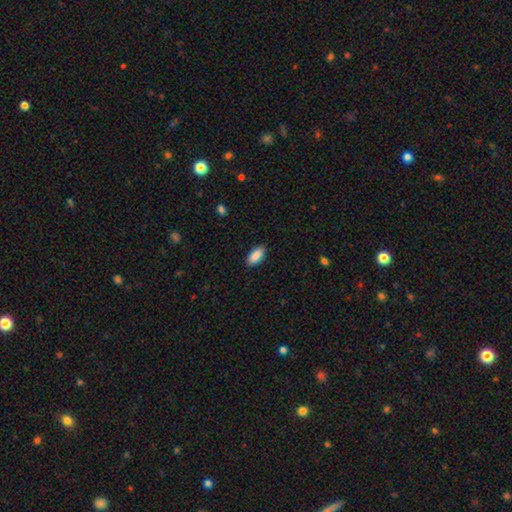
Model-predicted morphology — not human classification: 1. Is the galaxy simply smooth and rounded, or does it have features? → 90% smooth, 6% star or artifact, 3% featured or disk.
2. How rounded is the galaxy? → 89% in between, 9% cigar-shaped, 2% round.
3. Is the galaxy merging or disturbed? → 88% none, 9% minor disturbance, 2% major disturbance, 1% merger.